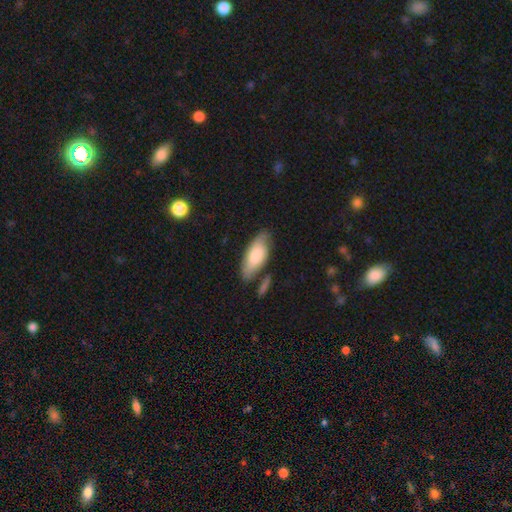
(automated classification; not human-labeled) Q: Smooth or featured?
A: smooth (77%); runner-up: featured or disk (17%)
Q: How rounded?
A: in between (82%); runner-up: cigar-shaped (16%)
Q: Merging?
A: none (65%); runner-up: minor disturbance (22%)